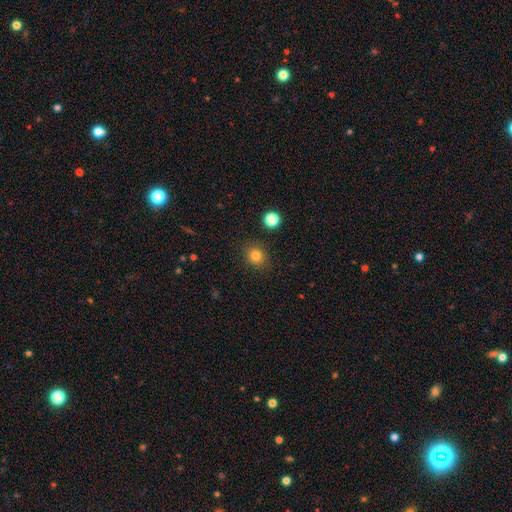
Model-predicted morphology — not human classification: The model was most divided on "how rounded": round: 78%, in between: 22%, cigar-shaped: 1%. More confident: merging — none (88%); smooth or featured — smooth (81%).